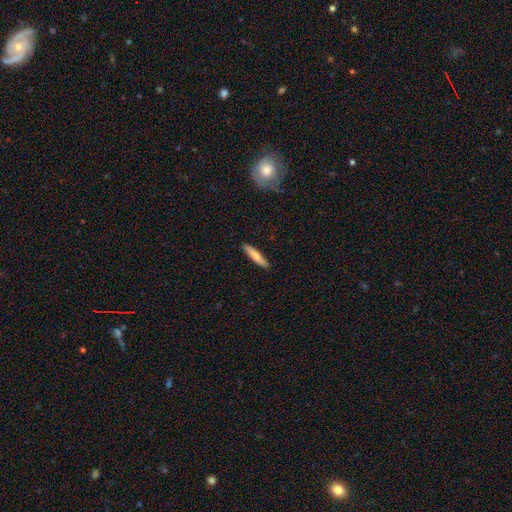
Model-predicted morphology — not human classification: Smooth or featured? Predicted: smooth (p=0.74). How rounded? Predicted: cigar-shaped (p=0.88). Merging? Predicted: none (p=0.90).